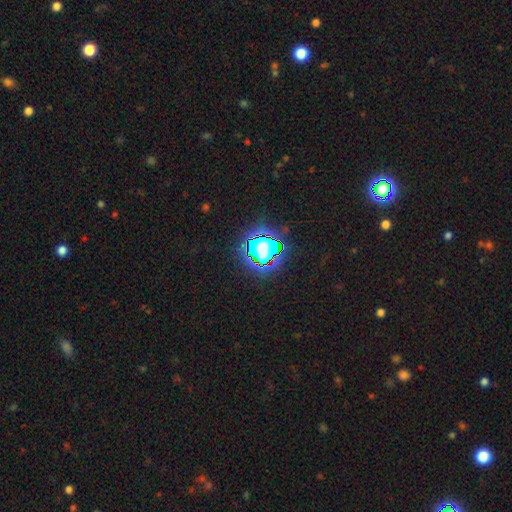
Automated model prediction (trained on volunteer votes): Smooth or featured: star or artifact — 69% (smooth — 20%)